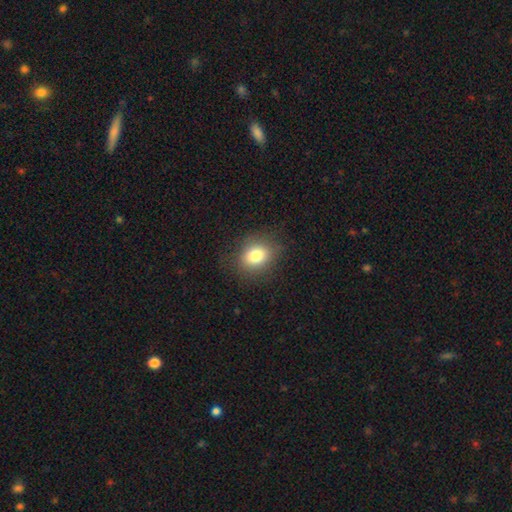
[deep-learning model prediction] smooth_or_featured: smooth (p=0.80) [alt: star or artifact p=0.11]
how_rounded: in between (p=0.51) [alt: round p=0.48]
merging: none (p=0.82) [alt: minor disturbance p=0.13]